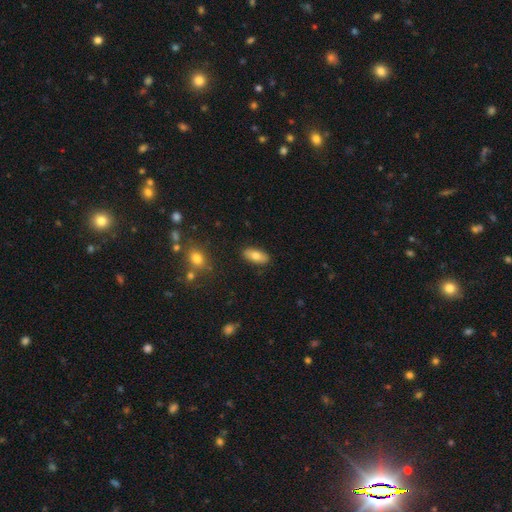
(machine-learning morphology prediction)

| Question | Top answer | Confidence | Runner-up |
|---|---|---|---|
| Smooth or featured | smooth | 76% | featured or disk (17%) |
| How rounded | in between | 87% | cigar-shaped (10%) |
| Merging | none | 87% | minor disturbance (9%) |